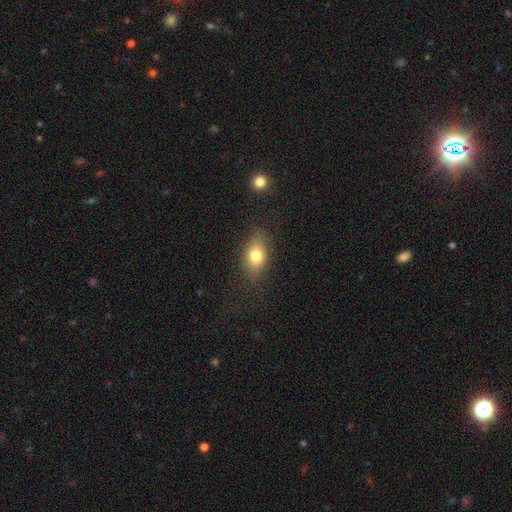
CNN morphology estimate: Overall: smooth (76%). How rounded: in between (80%). Merging: none (78%).